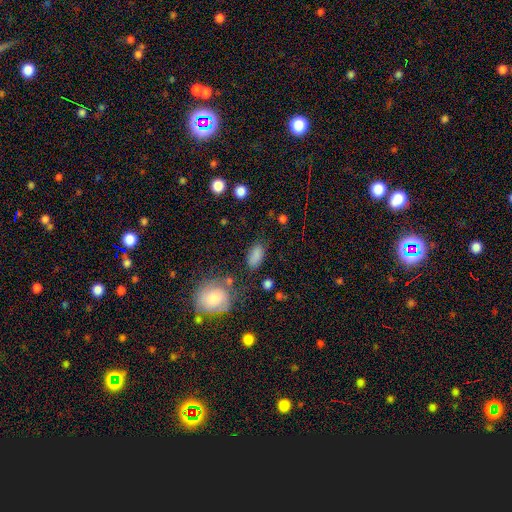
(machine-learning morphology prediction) smooth 84%, star or artifact 10%, featured or disk 7%. Down the decision tree: how rounded — in between (91%); merging — none (72%).